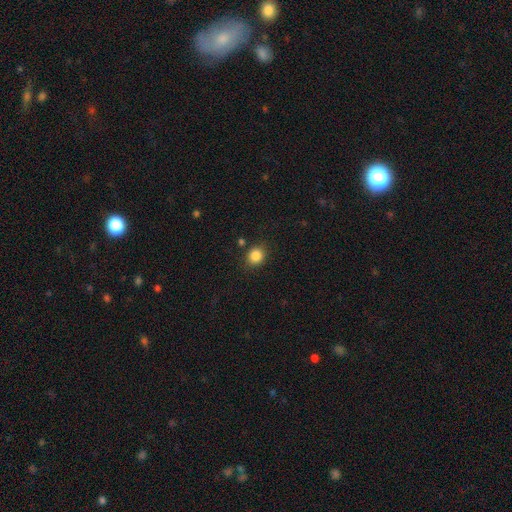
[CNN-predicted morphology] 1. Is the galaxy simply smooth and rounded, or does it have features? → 85% smooth, 11% star or artifact, 5% featured or disk.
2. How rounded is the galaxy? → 76% round, 23% in between, 1% cigar-shaped.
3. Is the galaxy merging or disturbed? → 84% none, 10% minor disturbance, 3% major disturbance, 3% merger.